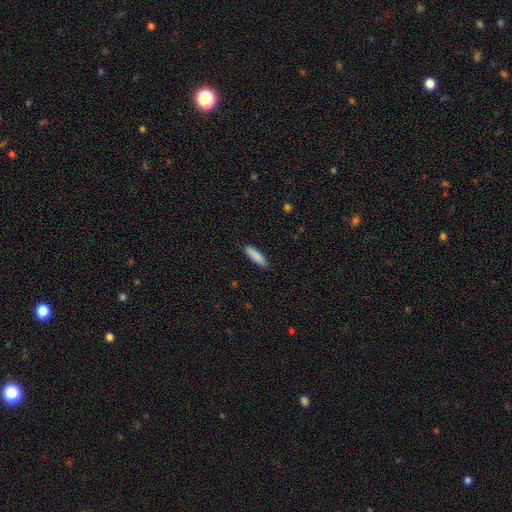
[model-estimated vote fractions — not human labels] smooth_or_featured: smooth (p=0.88) [alt: featured or disk p=0.06]
how_rounded: cigar-shaped (p=0.72) [alt: in between p=0.27]
merging: none (p=0.89) [alt: minor disturbance p=0.09]